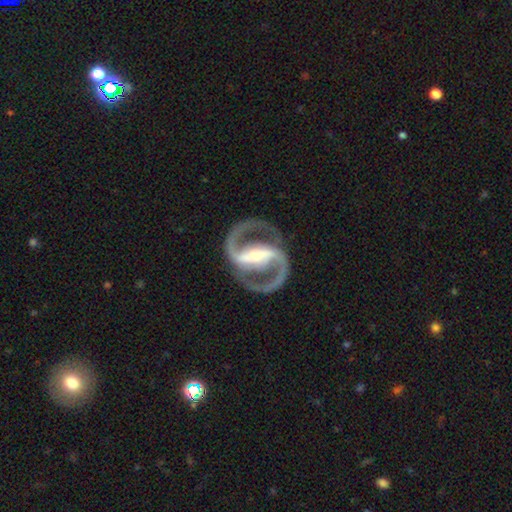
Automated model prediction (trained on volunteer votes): smooth_or_featured: featured or disk (p=0.94) [alt: star or artifact p=0.04]
disk_edge_on: no (p=0.98) [alt: yes p=0.02]
bar: strong (p=0.78) [alt: weak p=0.15]
has_spiral_arms: yes (p=0.98) [alt: no p=0.02]
spiral_winding: medium (p=0.65) [alt: tight p=0.21]
spiral_arm_count: 2 (p=0.95) [alt: can't tell p=0.01]
bulge_size: small (p=0.54) [alt: moderate p=0.40]
merging: none (p=0.86) [alt: minor disturbance p=0.08]